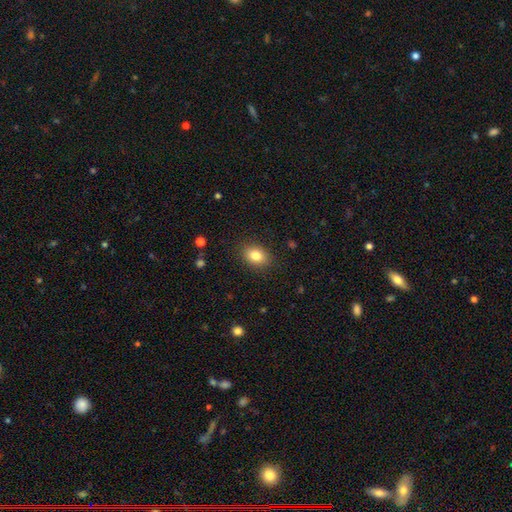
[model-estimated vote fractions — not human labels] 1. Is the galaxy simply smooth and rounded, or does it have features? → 83% smooth, 10% star or artifact, 7% featured or disk.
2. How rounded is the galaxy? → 64% in between, 35% round, 1% cigar-shaped.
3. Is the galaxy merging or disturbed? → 87% none, 9% minor disturbance, 3% major disturbance, 1% merger.